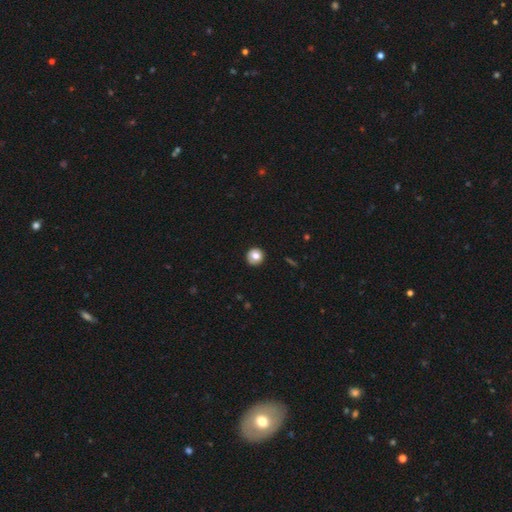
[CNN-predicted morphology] smooth-or-featured: smooth: 79% | featured or disk: 12% | star or artifact: 9%
  how-rounded: round: 94% | in between: 5% | cigar-shaped: 1%
  merging: none: 91% | minor disturbance: 6% | major disturbance: 2% | merger: 1%